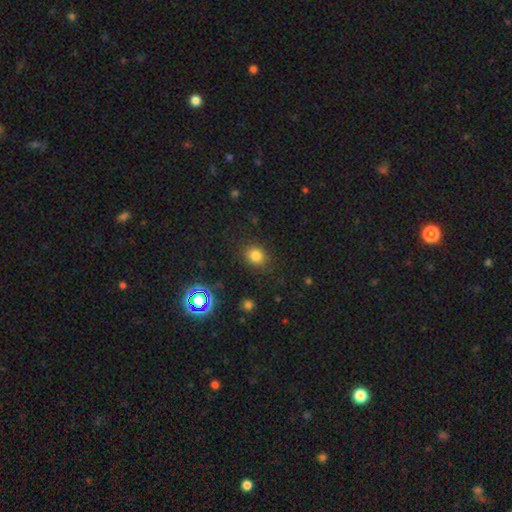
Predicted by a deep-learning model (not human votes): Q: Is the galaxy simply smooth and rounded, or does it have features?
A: smooth — 79%.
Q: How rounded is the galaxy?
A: round — 64%.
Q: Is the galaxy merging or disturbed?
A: none — 85%.